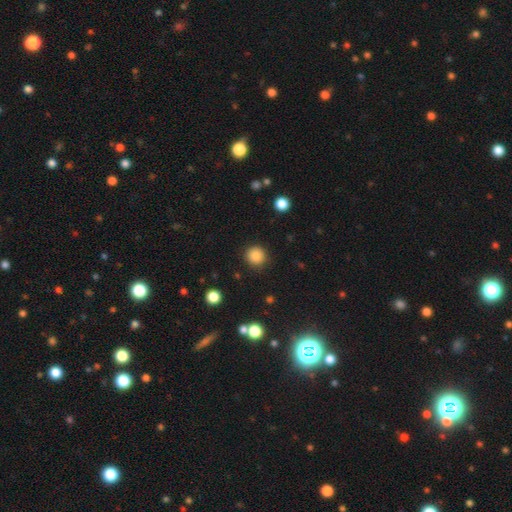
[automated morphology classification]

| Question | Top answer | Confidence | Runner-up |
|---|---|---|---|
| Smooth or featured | smooth | 87% | star or artifact (10%) |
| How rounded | round | 94% | in between (6%) |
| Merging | none | 90% | minor disturbance (7%) |